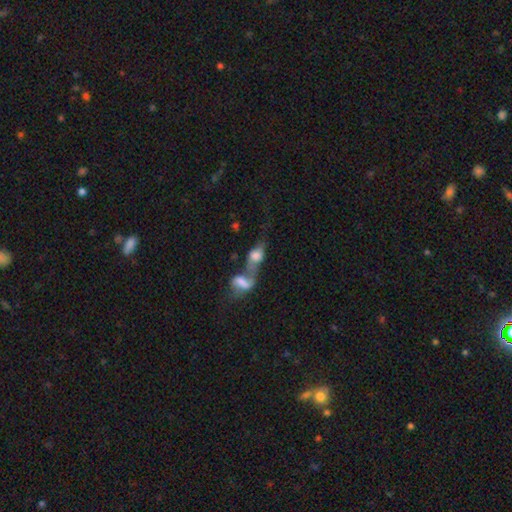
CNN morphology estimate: A smooth galaxy with no disk features (53%) that is in between round and cigar-shaped (72%). Merging: merger (73%).